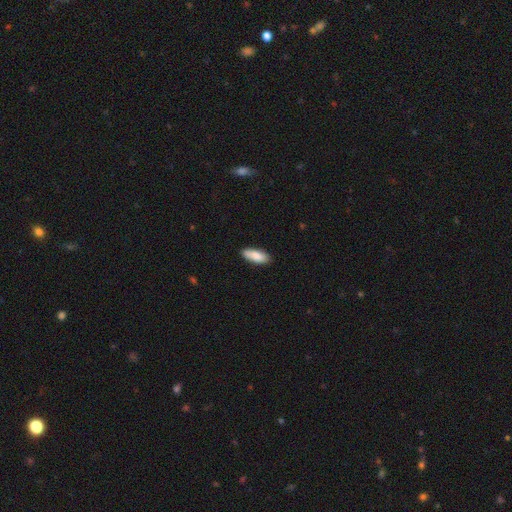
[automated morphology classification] Smooth or featured? smooth (84%)
How rounded? in between (76%)
Merging? none (86%)